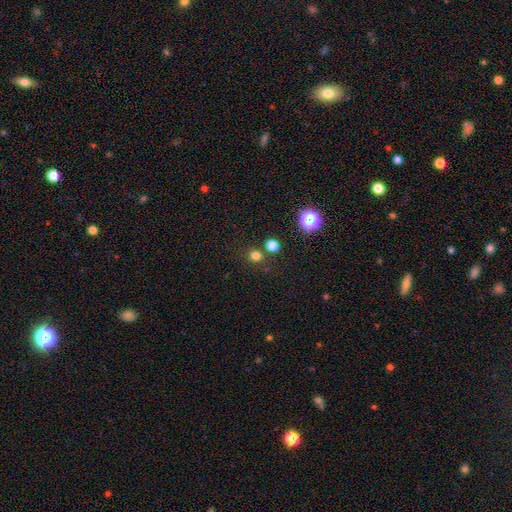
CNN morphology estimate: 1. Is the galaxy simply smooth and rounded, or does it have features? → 74% smooth, 21% star or artifact, 5% featured or disk.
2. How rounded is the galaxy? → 86% round, 13% in between, 1% cigar-shaped.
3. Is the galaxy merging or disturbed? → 76% none, 14% merger, 7% minor disturbance, 3% major disturbance.